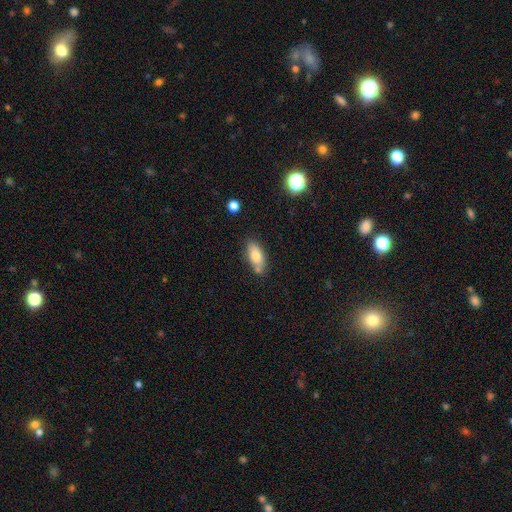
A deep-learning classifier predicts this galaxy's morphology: A smooth galaxy with no disk features (78%) that is in between round and cigar-shaped (86%).

Vote fractions:
- Smooth or featured? smooth: 78% / featured or disk: 14% / star or artifact: 8%
- How rounded? in between: 86% / cigar-shaped: 10% / round: 3%
- Merging? none: 70% / minor disturbance: 16% / merger: 11% / major disturbance: 3%